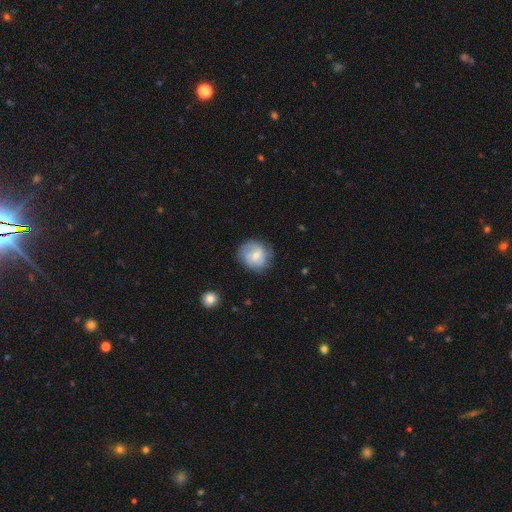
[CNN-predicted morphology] Smooth or featured?
  - smooth: 59% *
  - featured or disk: 33%
  - star or artifact: 7%
How rounded?
  - round: 81% *
  - in between: 18%
  - cigar-shaped: 1%
Merging?
  - none: 70% *
  - minor disturbance: 22%
  - major disturbance: 7%
  - merger: 1%